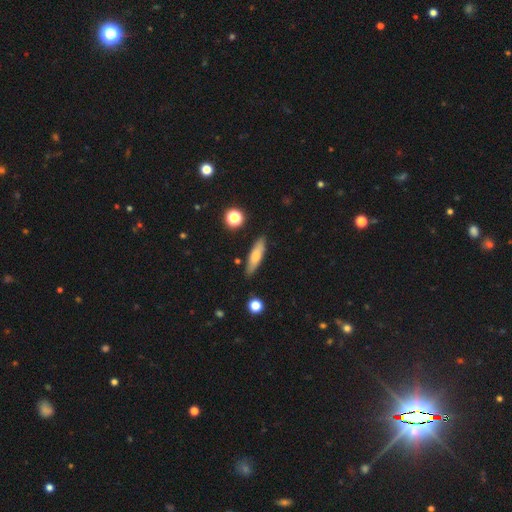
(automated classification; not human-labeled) smooth 66%, featured or disk 27%, star or artifact 7%. Down the decision tree: how rounded — cigar-shaped (64%); merging — none (85%).